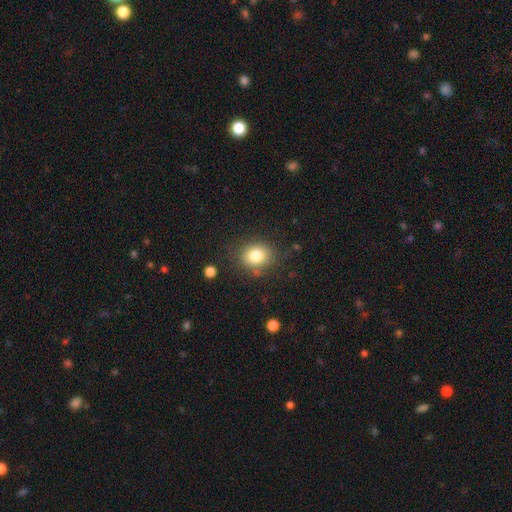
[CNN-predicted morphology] The model was most divided on "how rounded": round: 59%, in between: 41%, cigar-shaped: 1%. More confident: smooth or featured — smooth (81%); merging — none (80%).